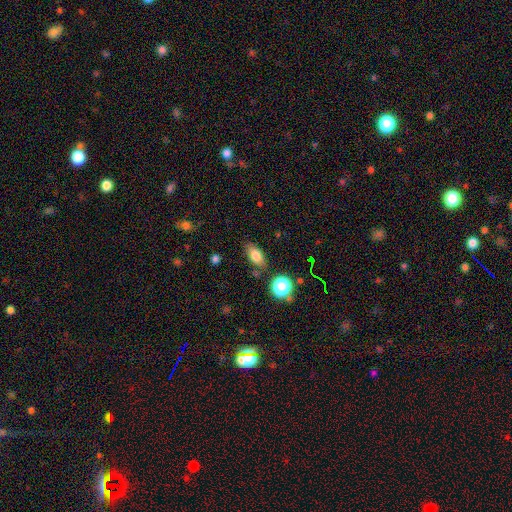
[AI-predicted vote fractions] This is likely a smooth galaxy (78%). How rounded: clearly in between (84%). Merging: likely none (79%).